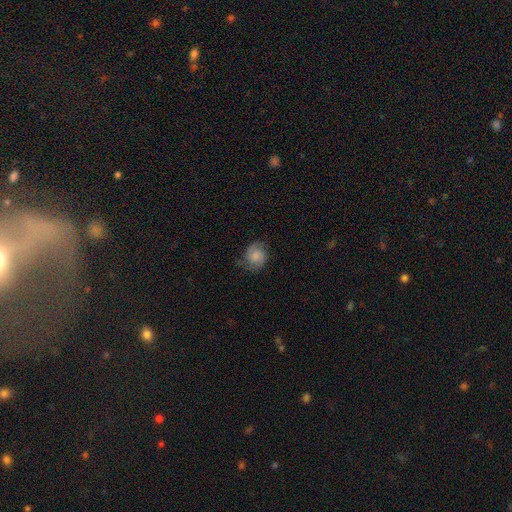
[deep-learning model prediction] Morphology: type=smooth (61%); roundness=round (69%); merging=none (62%).